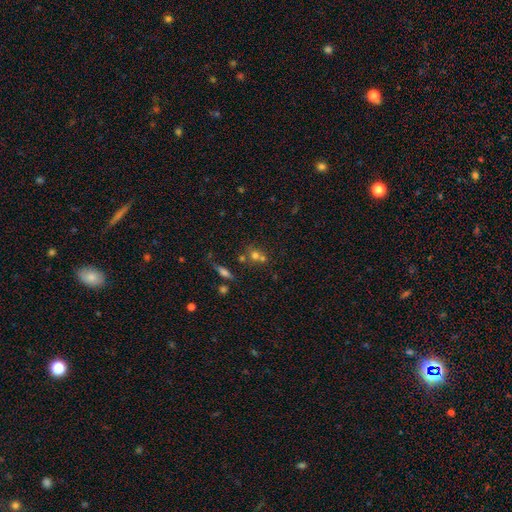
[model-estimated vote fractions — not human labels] This appears to be a smooth galaxy with no disk features (63%) that is round (74%). Merging: merger (46%).